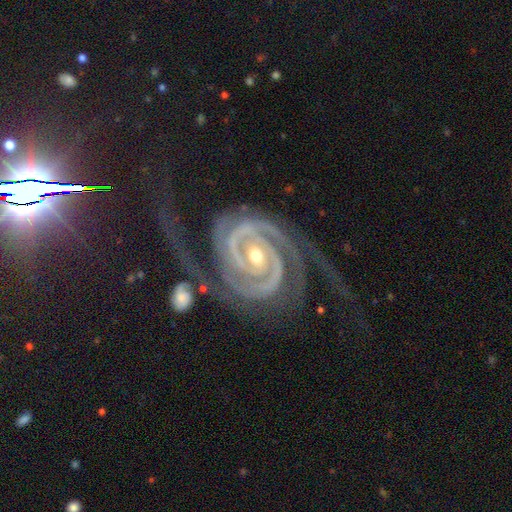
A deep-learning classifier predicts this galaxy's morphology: type=featured or disk (93%); edge-on=no (98%); bar=no (40%); spiral arms=yes (99%); winding=tight (73%); arm count=2 (83%); bulge=moderate (49%); merging=none (59%).